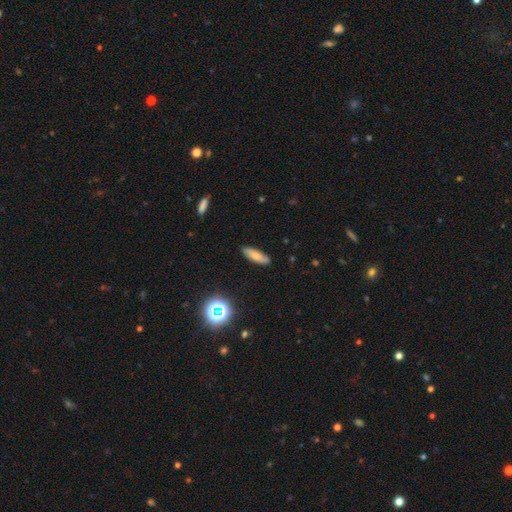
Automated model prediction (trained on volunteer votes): Q: Smooth or featured?
A: smooth (75%); runner-up: featured or disk (14%)
Q: How rounded?
A: in between (49%); runner-up: cigar-shaped (48%)
Q: Merging?
A: none (87%); runner-up: minor disturbance (10%)